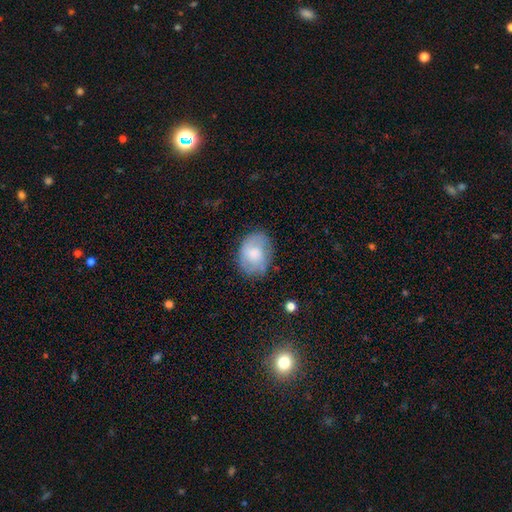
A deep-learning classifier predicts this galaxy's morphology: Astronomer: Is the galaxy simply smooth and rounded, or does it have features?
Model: smooth — 60%.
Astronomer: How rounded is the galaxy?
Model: in between — 63%.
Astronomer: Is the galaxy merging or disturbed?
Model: none — 70%.